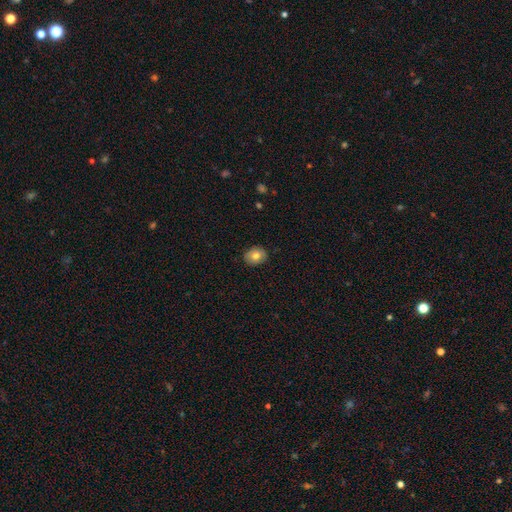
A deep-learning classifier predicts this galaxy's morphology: smooth_or_featured: smooth (p=0.77) [alt: featured or disk p=0.14]
how_rounded: in between (p=0.51) [alt: round p=0.48]
merging: none (p=0.88) [alt: minor disturbance p=0.09]